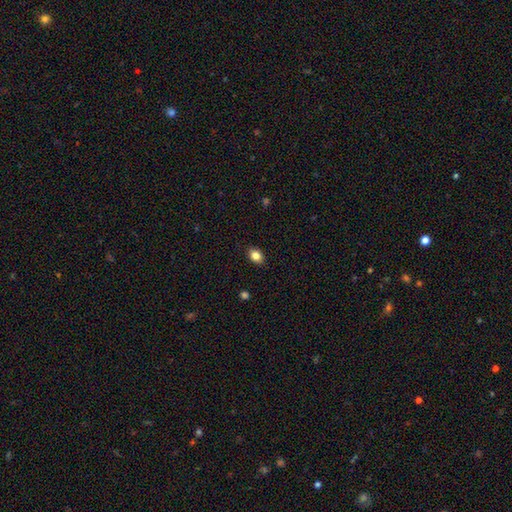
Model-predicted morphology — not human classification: smooth 83%, star or artifact 10%, featured or disk 7%. Down the decision tree: how rounded — in between (71%); merging — none (89%).